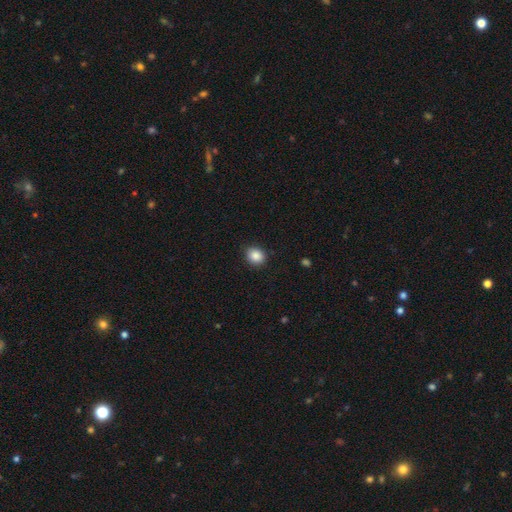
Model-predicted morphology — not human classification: A smooth galaxy with no disk features (87%) that is round (67%). Merging: none (88%).